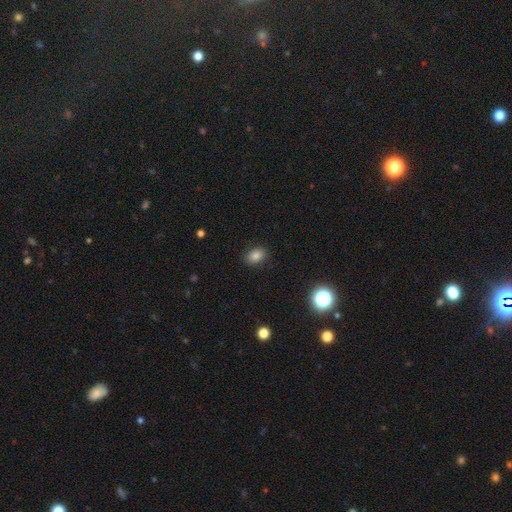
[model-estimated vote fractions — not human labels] Smooth or featured? smooth (82%)
How rounded? in between (73%)
Merging? none (87%)